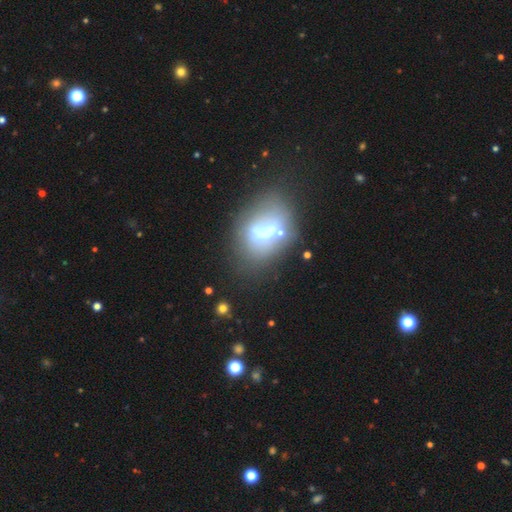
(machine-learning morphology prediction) Smooth or featured?
  - featured or disk: 43% *
  - smooth: 40%
  - star or artifact: 16%
Merging?
  - none: 54% *
  - minor disturbance: 19%
  - merger: 14%
  - major disturbance: 13%